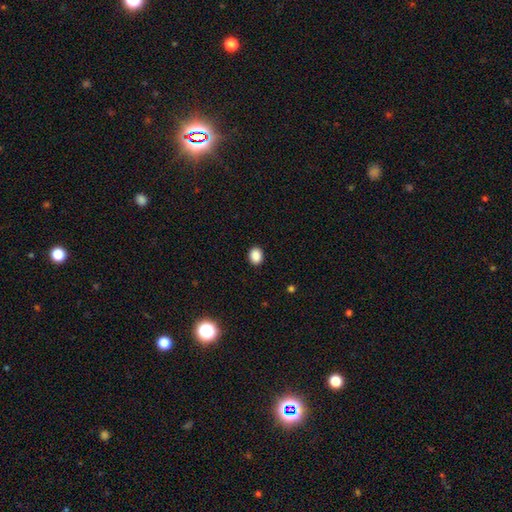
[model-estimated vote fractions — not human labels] Smooth or featured: smooth — 89% (star or artifact — 9%)
How rounded: in between — 50% (round — 49%)
Merging: none — 91% (minor disturbance — 6%)